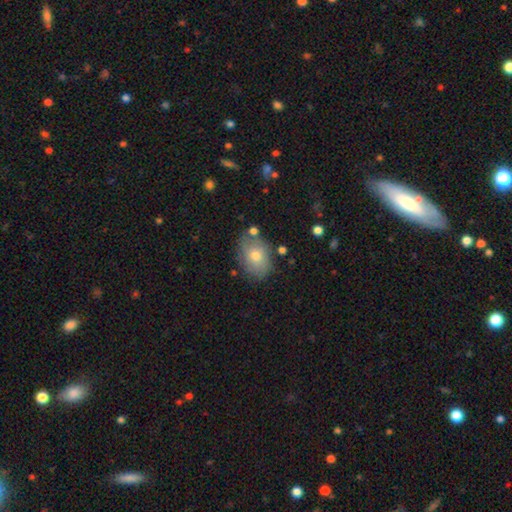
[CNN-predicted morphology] Q: Smooth or featured?
A: smooth (65%); runner-up: featured or disk (26%)
Q: How rounded?
A: in between (75%); runner-up: round (24%)
Q: Merging?
A: none (73%); runner-up: minor disturbance (18%)